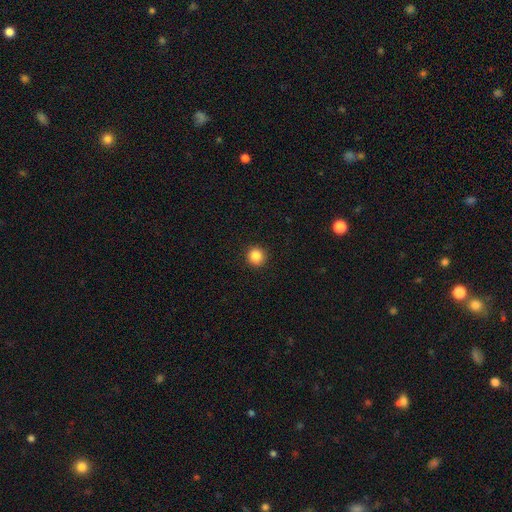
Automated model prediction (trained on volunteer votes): Morphology: type=smooth (85%); roundness=round (94%); merging=none (92%).